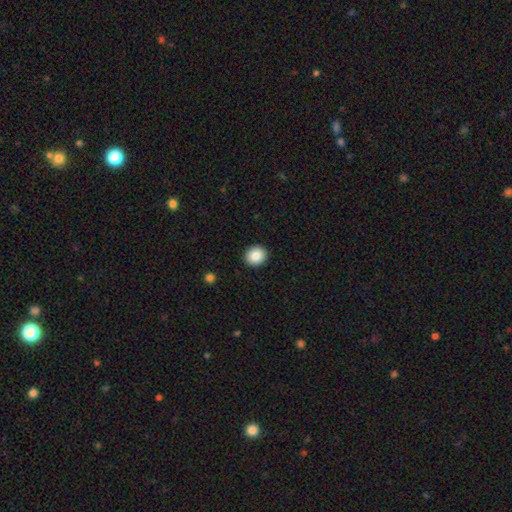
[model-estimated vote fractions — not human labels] This appears to be a smooth galaxy with no disk features (86%) that is round (79%). Merging: none (92%).